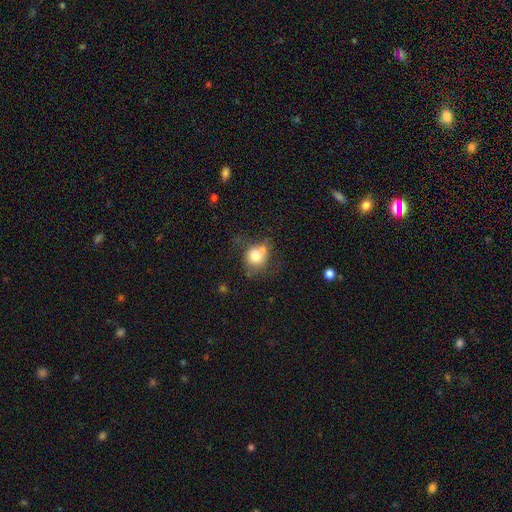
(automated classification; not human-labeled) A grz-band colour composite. It shows a smooth galaxy with no disk features (75%) that is round (68%). Merging: none (50%).